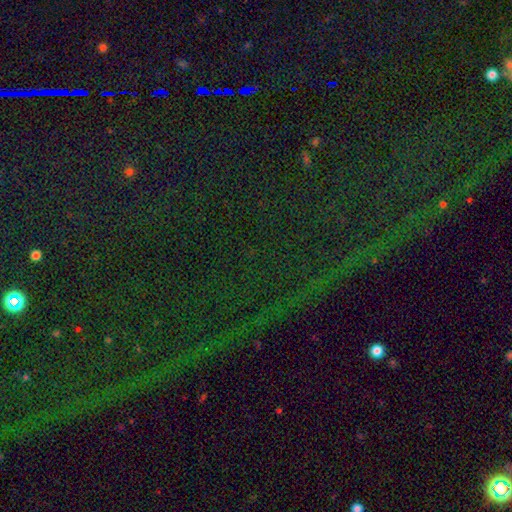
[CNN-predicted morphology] This is clearly a star or artifact rather than a galaxy (84%).